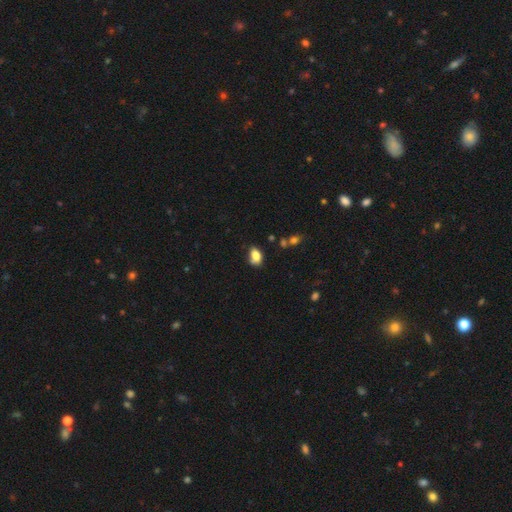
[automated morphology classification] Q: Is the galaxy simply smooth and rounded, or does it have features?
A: smooth — 82%.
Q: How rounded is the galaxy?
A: in between — 87%.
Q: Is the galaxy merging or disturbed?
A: none — 63%.